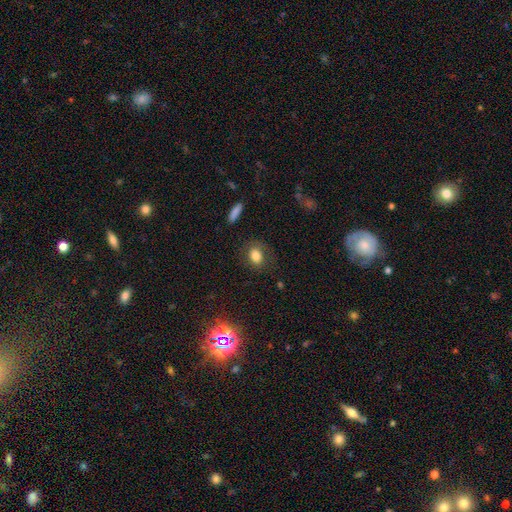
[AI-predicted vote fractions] A smooth galaxy with no disk features (80%) that is in between round and cigar-shaped (64%).

Vote fractions:
- Smooth or featured? smooth: 80% / featured or disk: 11% / star or artifact: 10%
- How rounded? in between: 64% / round: 34% / cigar-shaped: 2%
- Merging? none: 76% / minor disturbance: 15% / major disturbance: 7% / merger: 1%